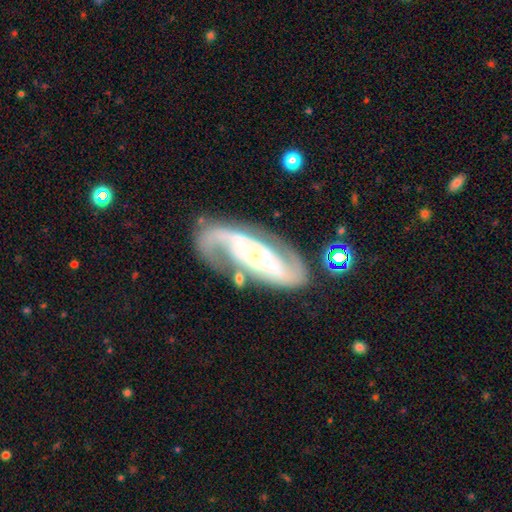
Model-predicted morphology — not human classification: Smooth or featured?
  - featured or disk: 88% *
  - smooth: 6%
  - star or artifact: 5%
Edge-on disk?
  - no: 94% *
  - yes: 6%
Bar?
  - no: 39% *
  - weak: 33%
  - strong: 28%
Spiral arms?
  - yes: 97% *
  - no: 3%
Spiral winding?
  - medium: 47% *
  - tight: 41%
  - loose: 12%
Spiral arm count?
  - 2: 86% *
  - can't tell: 5%
  - 3: 3%
  - 1: 3%
  - 4: 1%
  - more than 4: 1%
Bulge size?
  - small: 56% *
  - moderate: 23%
  - none: 13%
  - large: 6%
  - dominant: 2%
Merging?
  - none: 71% *
  - minor disturbance: 17%
  - major disturbance: 8%
  - merger: 4%